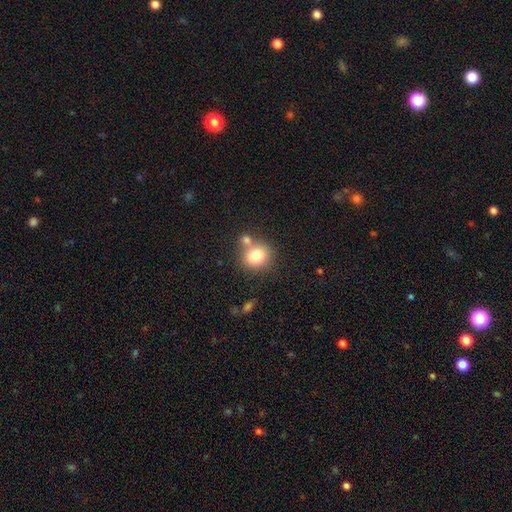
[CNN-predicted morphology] smooth_or_featured: smooth (p=0.79) [alt: featured or disk p=0.11]
how_rounded: round (p=0.75) [alt: in between p=0.24]
merging: none (p=0.57) [alt: merger p=0.28]